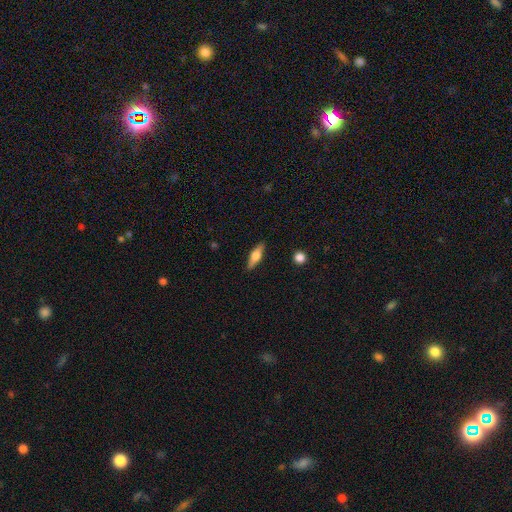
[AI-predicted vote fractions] This is possibly a featured or disk galaxy (47%). Merging: clearly none (88%).